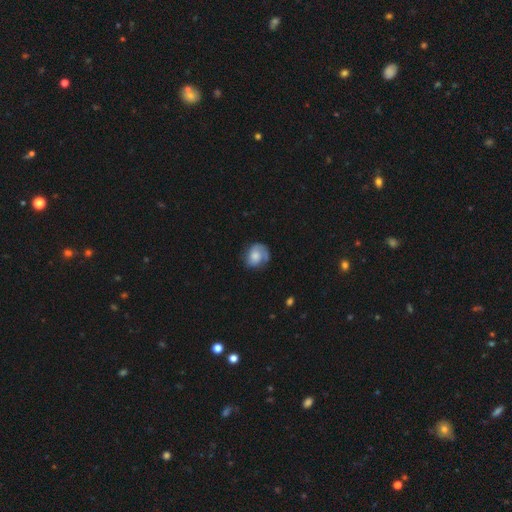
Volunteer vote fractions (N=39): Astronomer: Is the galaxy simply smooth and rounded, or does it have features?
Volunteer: featured or disk — 62%.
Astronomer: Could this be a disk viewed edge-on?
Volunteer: no — 96%.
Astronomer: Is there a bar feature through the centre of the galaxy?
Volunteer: no — 96%.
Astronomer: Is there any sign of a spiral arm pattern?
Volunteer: yes — 78%.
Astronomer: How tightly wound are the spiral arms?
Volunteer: tight — 50% (runner-up: medium, 33%).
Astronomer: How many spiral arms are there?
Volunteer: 1 — 56%.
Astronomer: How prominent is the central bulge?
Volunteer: moderate — 52%.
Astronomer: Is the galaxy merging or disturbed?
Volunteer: none — 55%.